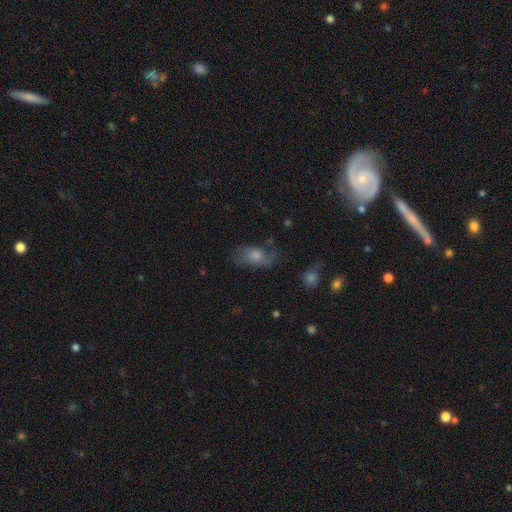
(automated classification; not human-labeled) Q: Smooth or featured?
A: smooth (50%); runner-up: featured or disk (39%)
Q: How rounded?
A: in between (86%); runner-up: round (10%)
Q: Merging?
A: none (50%); runner-up: minor disturbance (25%)